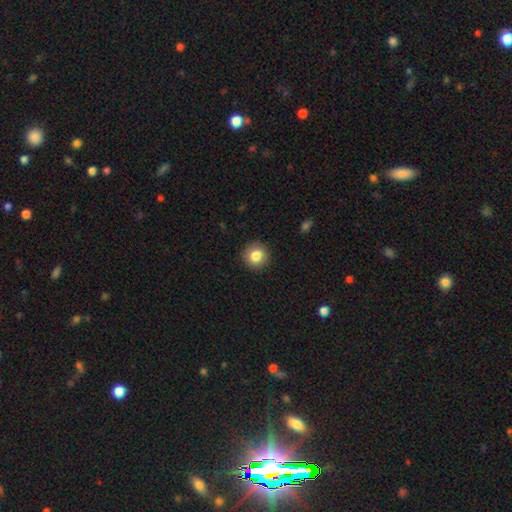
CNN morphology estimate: The model was most divided on "smooth or featured": smooth: 84%, star or artifact: 9%, featured or disk: 7%. More confident: how rounded — round (91%); merging — none (90%).